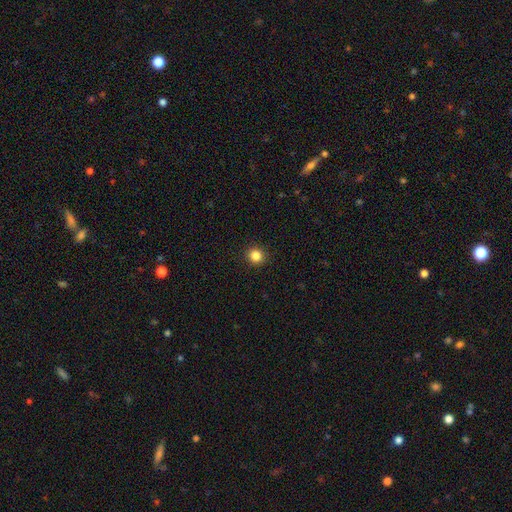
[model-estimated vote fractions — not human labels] smooth 85%, star or artifact 11%, featured or disk 4%. Down the decision tree: how rounded — round (89%); merging — none (92%).